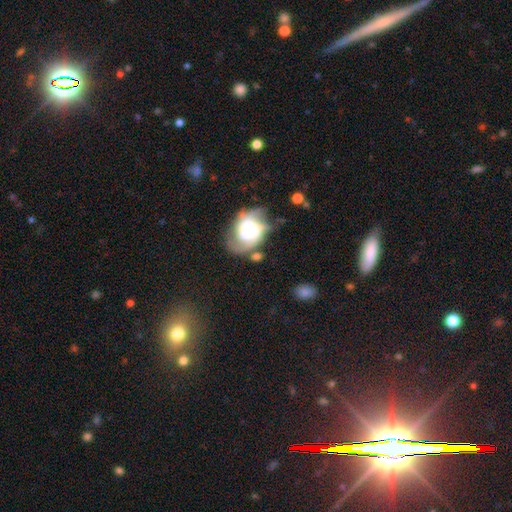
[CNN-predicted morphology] The model was most divided on "bulge size": moderate: 40%, large: 27%, small: 22%, dominant: 6%, none: 5%. Remaining: edge-on disk — no (96%); spiral arms — yes (79%); bar — no (69%); smooth or featured — featured or disk (61%); merging — none (44%).